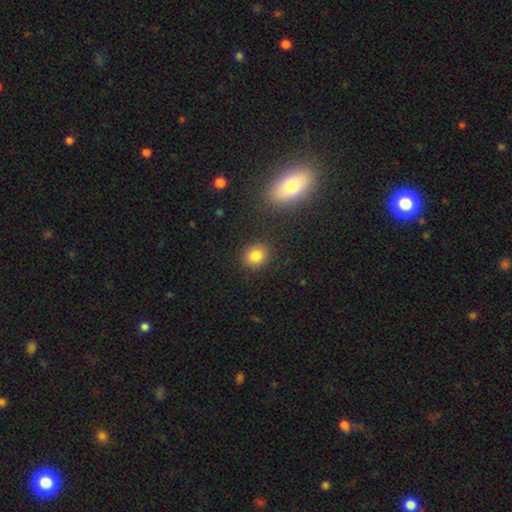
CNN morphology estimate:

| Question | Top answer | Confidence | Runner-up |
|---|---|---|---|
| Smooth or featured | smooth | 83% | star or artifact (11%) |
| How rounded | round | 72% | in between (27%) |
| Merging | none | 87% | minor disturbance (8%) |